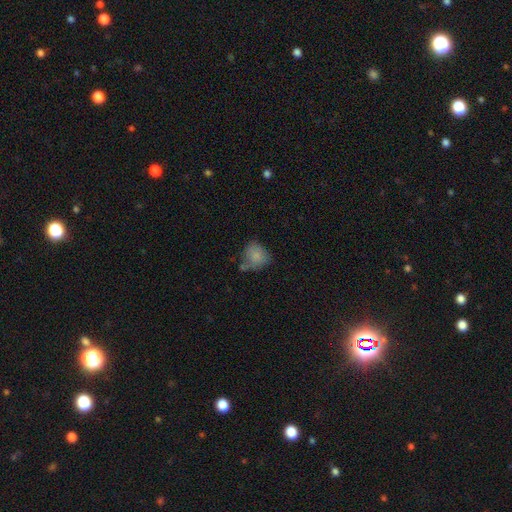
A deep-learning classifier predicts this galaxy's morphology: smooth-or-featured: smooth: 79% | featured or disk: 11% | star or artifact: 10%
  how-rounded: round: 64% | in between: 35% | cigar-shaped: 1%
  merging: none: 46% | minor disturbance: 28% | merger: 13% | major disturbance: 13%